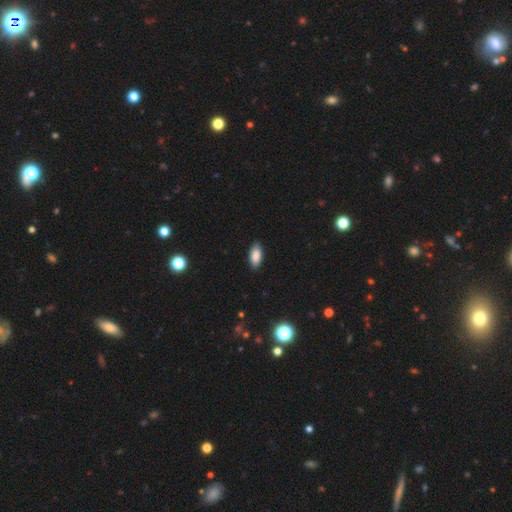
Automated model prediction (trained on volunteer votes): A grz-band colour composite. It shows a smooth galaxy with no disk features (86%) that is in between round and cigar-shaped (91%). Merging: none (87%).